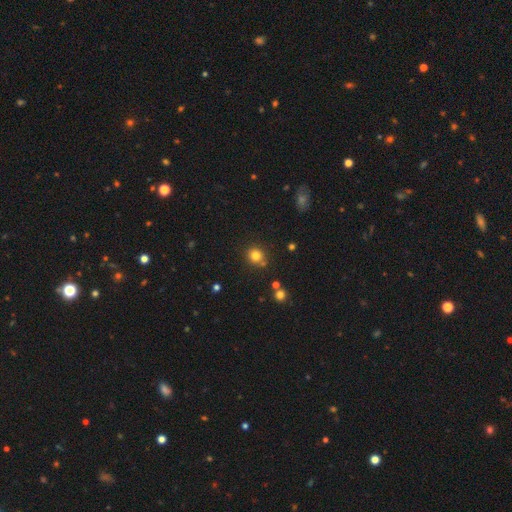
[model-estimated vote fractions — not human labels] smooth_or_featured: smooth (p=0.79) [alt: star or artifact p=0.14]
how_rounded: round (p=0.87) [alt: in between p=0.12]
merging: none (p=0.79) [alt: minor disturbance p=0.10]